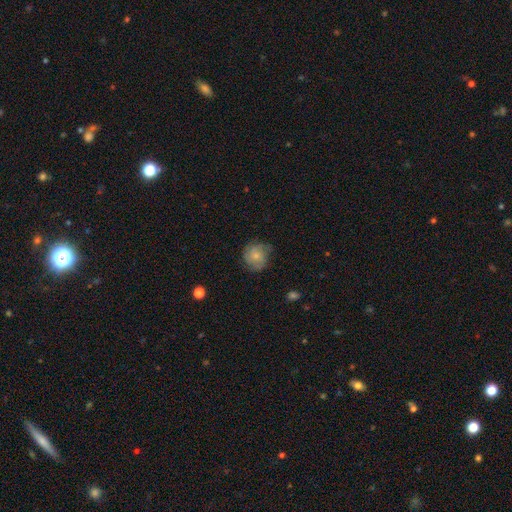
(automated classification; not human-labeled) A smooth galaxy with no disk features (58%) that is round (85%).

Vote fractions:
- Smooth or featured? smooth: 58% / featured or disk: 34% / star or artifact: 8%
- How rounded? round: 85% / in between: 14% / cigar-shaped: 1%
- Merging? none: 66% / minor disturbance: 25% / major disturbance: 8% / merger: 1%